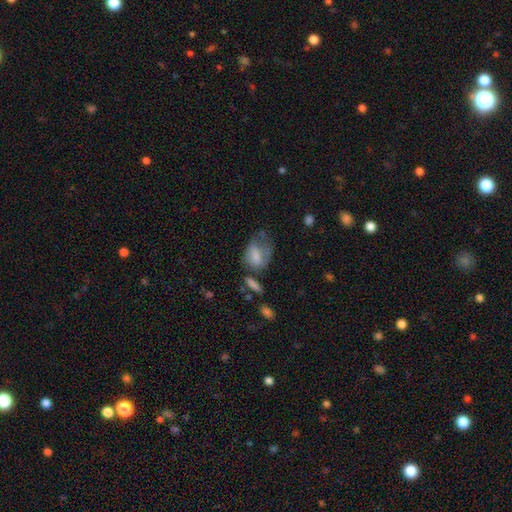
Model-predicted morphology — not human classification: A smooth galaxy with no disk features (54%) that is in between round and cigar-shaped (75%).

Vote fractions:
- Smooth or featured? smooth: 54% / featured or disk: 32% / star or artifact: 14%
- How rounded? in between: 75% / round: 22% / cigar-shaped: 3%
- Merging? major disturbance: 35% / none: 30% / minor disturbance: 26% / merger: 10%